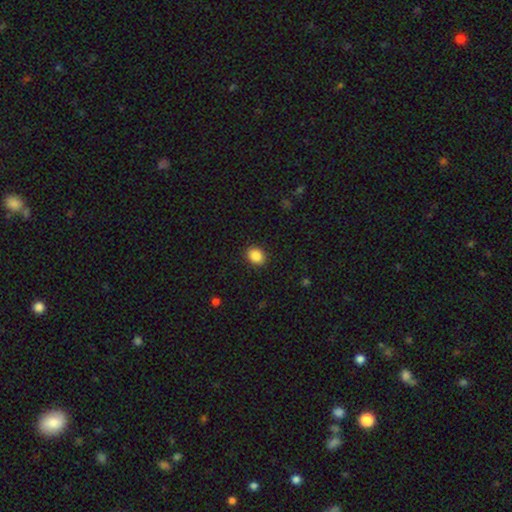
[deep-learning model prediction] Q: Smooth or featured?
A: smooth (88%); runner-up: star or artifact (9%)
Q: How rounded?
A: in between (57%); runner-up: round (42%)
Q: Merging?
A: none (90%); runner-up: minor disturbance (7%)